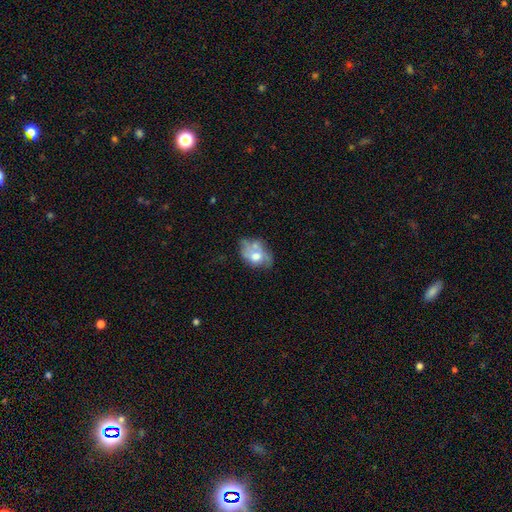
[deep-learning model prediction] A smooth galaxy with no disk features (52%) that is in between round and cigar-shaped (73%). Merging: none (32%).